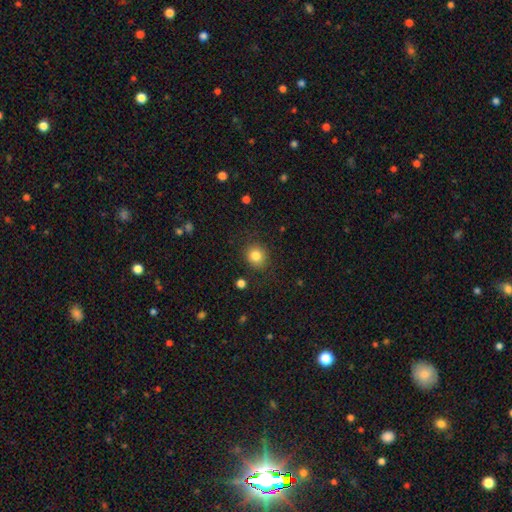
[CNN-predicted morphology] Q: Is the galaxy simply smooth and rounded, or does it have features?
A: smooth — 83%.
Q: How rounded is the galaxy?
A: round — 82%.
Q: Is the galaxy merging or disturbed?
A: none — 86%.